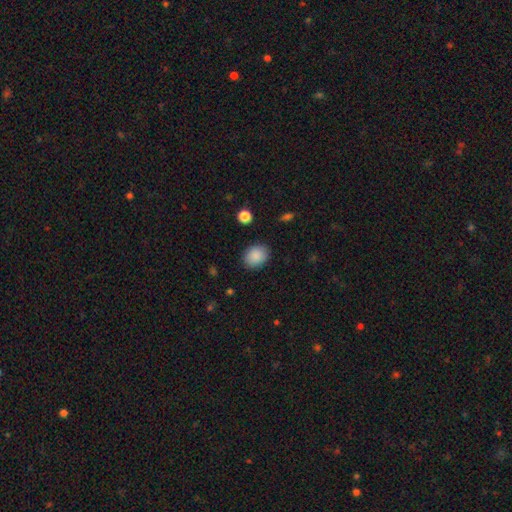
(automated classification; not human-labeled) This is clearly a smooth galaxy (89%). How rounded: possibly in between (50%). Merging: clearly none (87%).